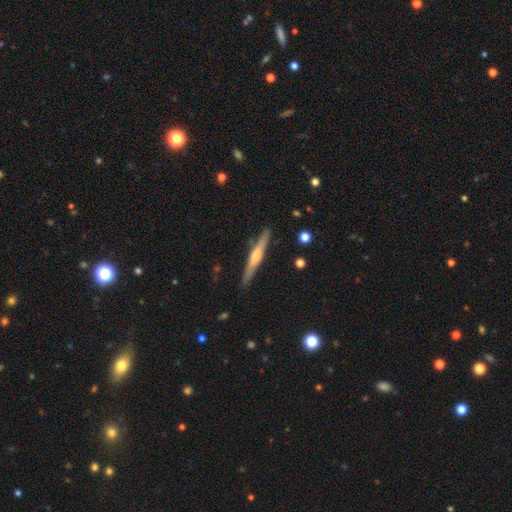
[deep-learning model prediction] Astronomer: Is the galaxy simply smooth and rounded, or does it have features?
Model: featured or disk — 59% (runner-up: smooth, 35%).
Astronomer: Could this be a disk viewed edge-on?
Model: yes — 97%.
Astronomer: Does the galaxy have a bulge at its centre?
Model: rounded — 70%.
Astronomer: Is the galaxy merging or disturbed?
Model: none — 88%.